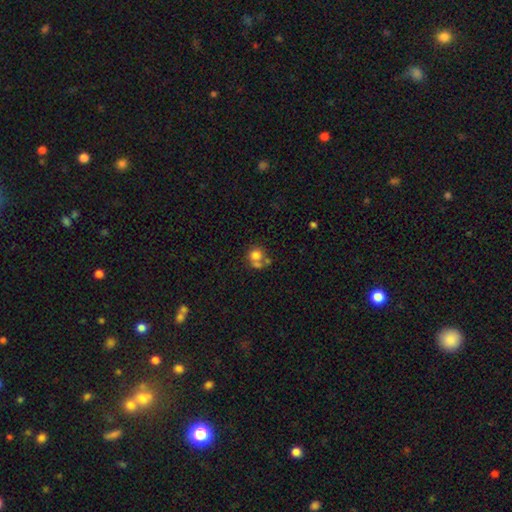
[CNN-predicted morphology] A smooth galaxy with no disk features (73%) that is round (80%).

Vote fractions:
- Smooth or featured? smooth: 73% / featured or disk: 16% / star or artifact: 11%
- How rounded? round: 80% / in between: 19% / cigar-shaped: 1%
- Merging? none: 40% / merger: 39% / minor disturbance: 12% / major disturbance: 9%